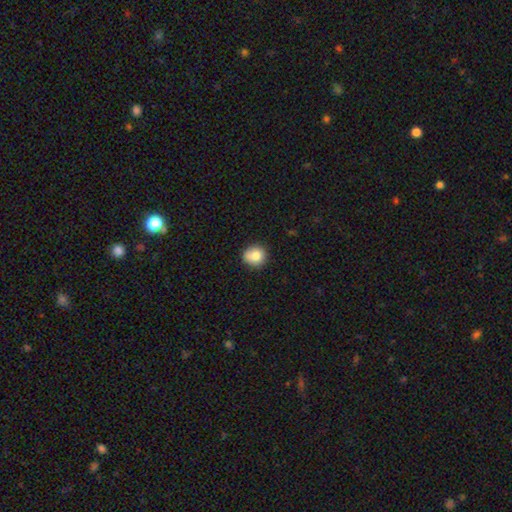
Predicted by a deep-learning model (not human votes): This is clearly a smooth galaxy (81%). How rounded: clearly round (88%). Merging: clearly none (81%).